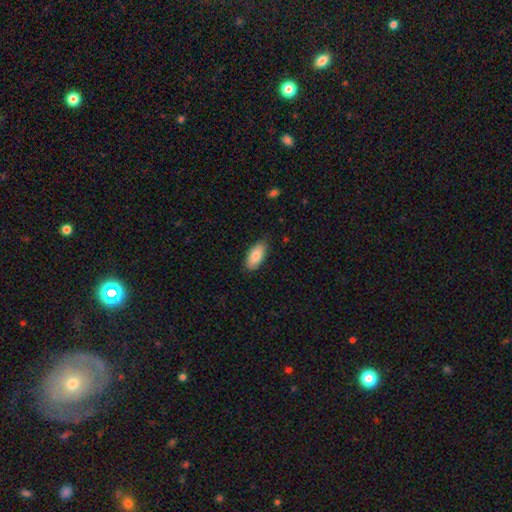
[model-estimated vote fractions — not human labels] This is clearly a smooth galaxy (84%). How rounded: clearly in between (91%). Merging: clearly none (81%).